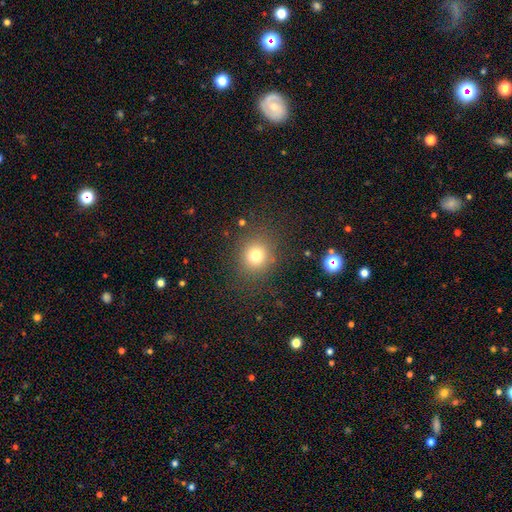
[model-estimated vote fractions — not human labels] smooth_or_featured: smooth (p=0.76) [alt: star or artifact p=0.16]
how_rounded: round (p=0.85) [alt: in between p=0.14]
merging: none (p=0.84) [alt: minor disturbance p=0.09]